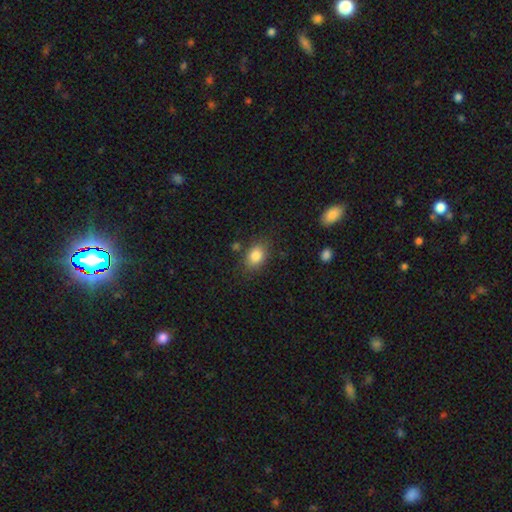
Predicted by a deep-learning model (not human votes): Smooth or featured?
  - smooth: 84% *
  - star or artifact: 9%
  - featured or disk: 7%
How rounded?
  - in between: 73% *
  - round: 25%
  - cigar-shaped: 1%
Merging?
  - none: 79% *
  - minor disturbance: 13%
  - major disturbance: 4%
  - merger: 4%